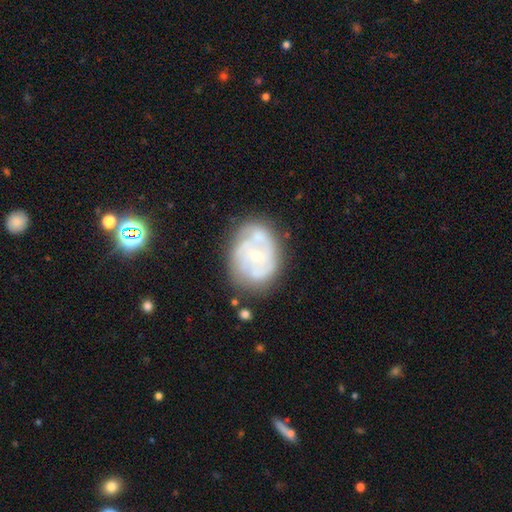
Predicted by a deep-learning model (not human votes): Smooth or featured?
  - featured or disk: 75% *
  - smooth: 18%
  - star or artifact: 7%
Edge-on disk?
  - no: 98% *
  - yes: 2%
Bar?
  - no: 73% *
  - weak: 22%
  - strong: 4%
Spiral arms?
  - yes: 80% *
  - no: 20%
Spiral winding?
  - tight: 57% *
  - medium: 33%
  - loose: 10%
Spiral arm count?
  - can't tell: 38% *
  - 2: 26%
  - 3: 21%
  - 4: 7%
  - 1: 5%
  - more than 4: 4%
Bulge size?
  - small: 70% *
  - moderate: 26%
  - none: 2%
  - large: 1%
  - dominant: 1%
Merging?
  - none: 65% *
  - minor disturbance: 22%
  - major disturbance: 9%
  - merger: 4%